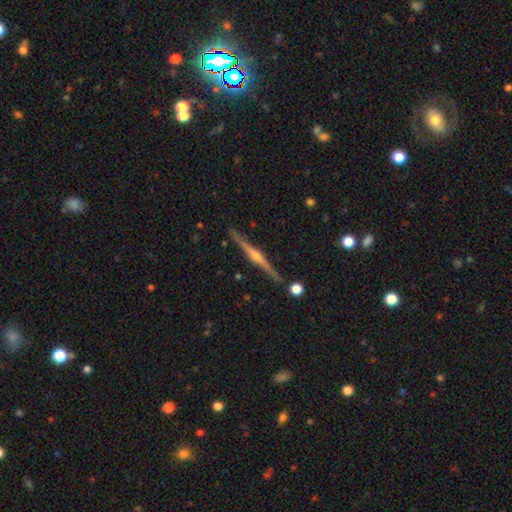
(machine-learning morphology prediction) featured or disk 84%, smooth 10%, star or artifact 6%. Down the decision tree: edge-on disk — yes (98%); edge-on bulge — rounded (89%); merging — none (89%).